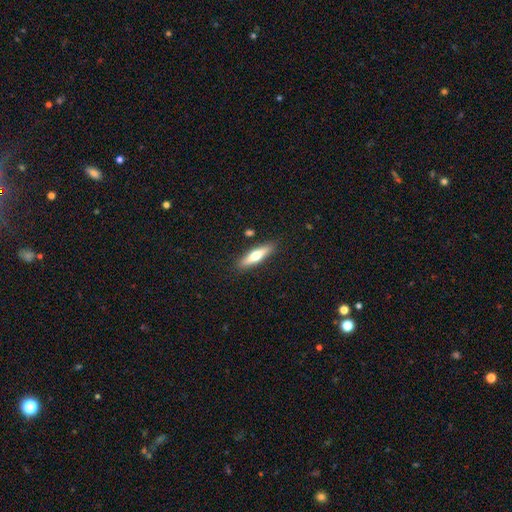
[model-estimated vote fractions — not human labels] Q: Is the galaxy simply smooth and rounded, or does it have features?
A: smooth — 55%.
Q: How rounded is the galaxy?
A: cigar-shaped — 72%.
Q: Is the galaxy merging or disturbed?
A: none — 87%.